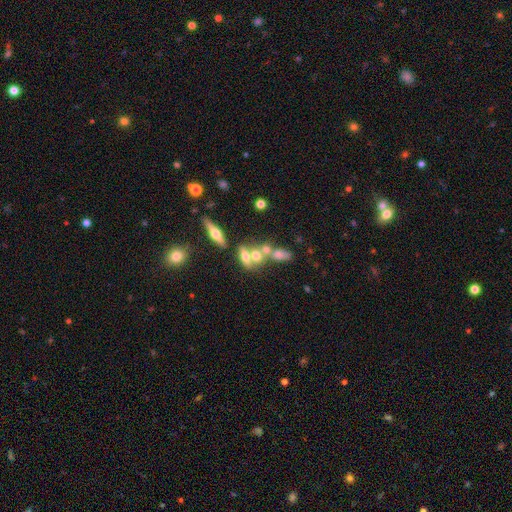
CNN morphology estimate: A smooth galaxy with no disk features (52%) that is in between round and cigar-shaped (60%).

Vote fractions:
- Smooth or featured? smooth: 52% / featured or disk: 34% / star or artifact: 14%
- How rounded? in between: 60% / round: 28% / cigar-shaped: 11%
- Merging? merger: 55% / none: 28% / minor disturbance: 10% / major disturbance: 7%